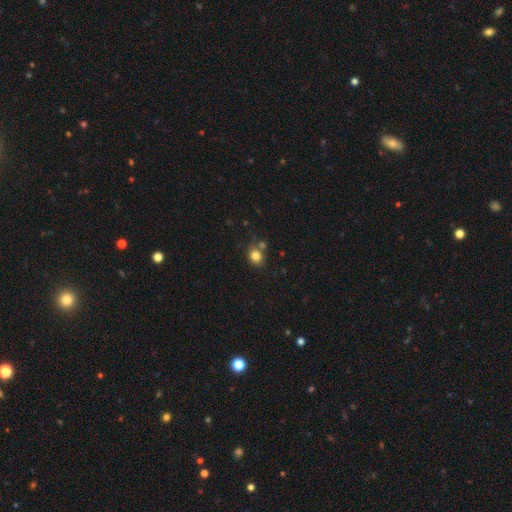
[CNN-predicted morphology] smooth-or-featured: smooth: 82% | star or artifact: 11% | featured or disk: 7%
  how-rounded: round: 63% | in between: 36% | cigar-shaped: 1%
  merging: none: 66% | merger: 17% | minor disturbance: 13% | major disturbance: 4%